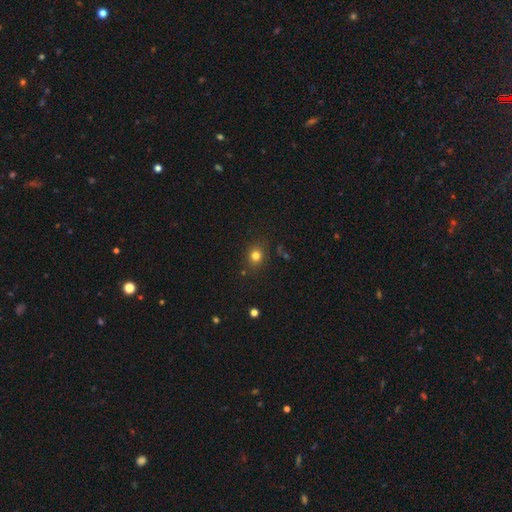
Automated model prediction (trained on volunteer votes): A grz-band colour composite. It shows a smooth galaxy with no disk features (78%) that is round (73%). Merging: none (84%).